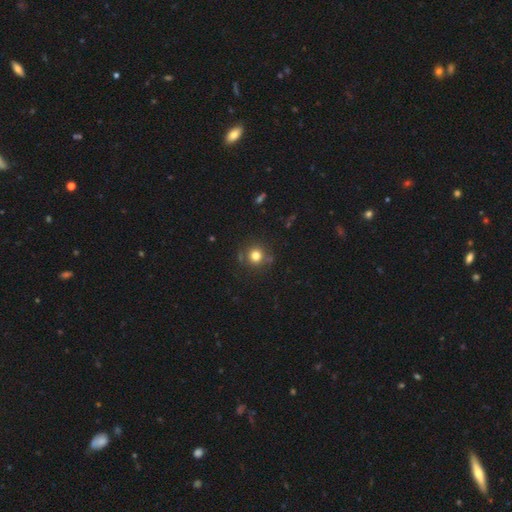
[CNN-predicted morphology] Q: Smooth or featured?
A: smooth (78%); runner-up: star or artifact (14%)
Q: How rounded?
A: round (92%); runner-up: in between (7%)
Q: Merging?
A: none (82%); runner-up: minor disturbance (11%)